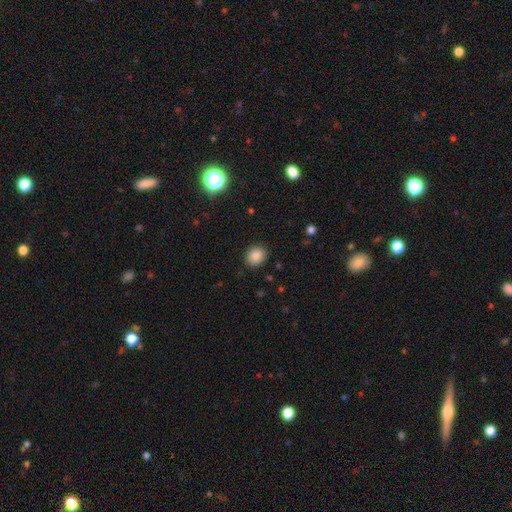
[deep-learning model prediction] Q: Smooth or featured?
A: smooth (86%); runner-up: star or artifact (10%)
Q: How rounded?
A: round (68%); runner-up: in between (31%)
Q: Merging?
A: none (89%); runner-up: minor disturbance (8%)